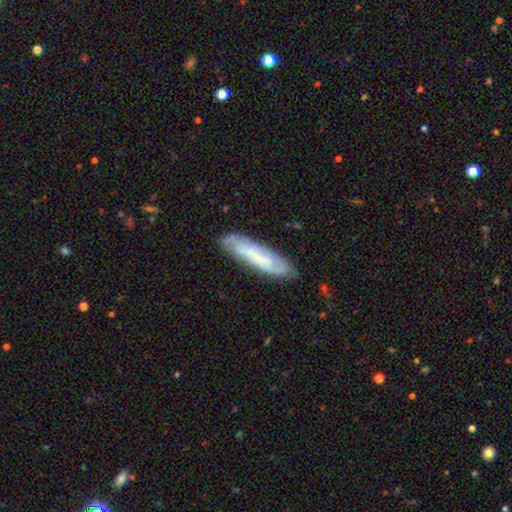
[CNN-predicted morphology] type=featured or disk (49%); merging=none (79%).